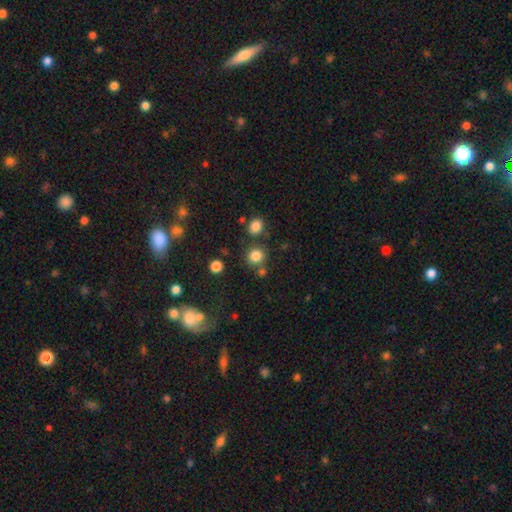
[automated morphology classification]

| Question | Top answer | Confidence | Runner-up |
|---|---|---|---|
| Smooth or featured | smooth | 82% | star or artifact (13%) |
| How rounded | round | 88% | in between (11%) |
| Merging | none | 77% | merger (11%) |